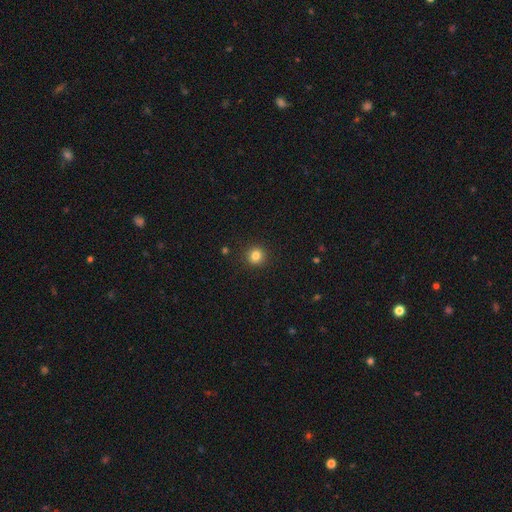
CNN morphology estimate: A smooth galaxy with no disk features (83%) that is round (92%).

Vote fractions:
- Smooth or featured? smooth: 83% / star or artifact: 12% / featured or disk: 5%
- How rounded? round: 92% / in between: 7% / cigar-shaped: 1%
- Merging? none: 92% / minor disturbance: 5% / major disturbance: 2% / merger: 1%